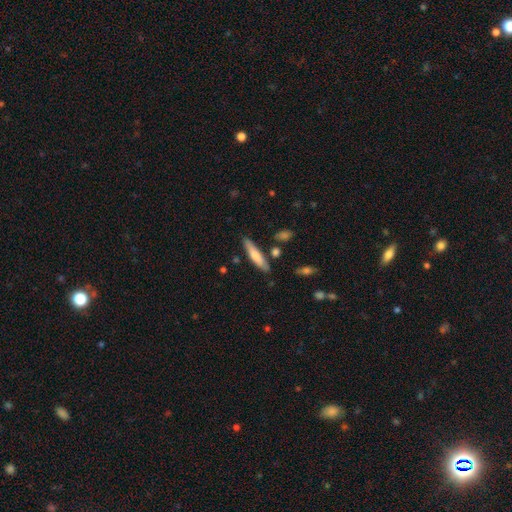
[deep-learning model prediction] Smooth or featured?
  - smooth: 68% *
  - featured or disk: 26%
  - star or artifact: 6%
How rounded?
  - cigar-shaped: 80% *
  - in between: 19%
  - round: 1%
Merging?
  - none: 81% *
  - minor disturbance: 12%
  - merger: 4%
  - major disturbance: 2%